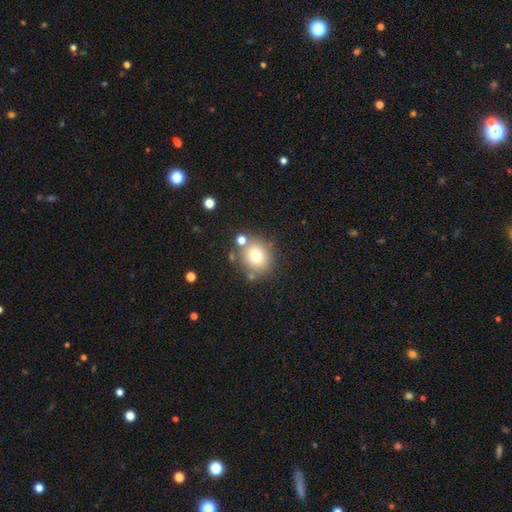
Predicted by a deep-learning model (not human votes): This appears to be a smooth galaxy with no disk features (72%) that is round (81%). Merging: none (75%).